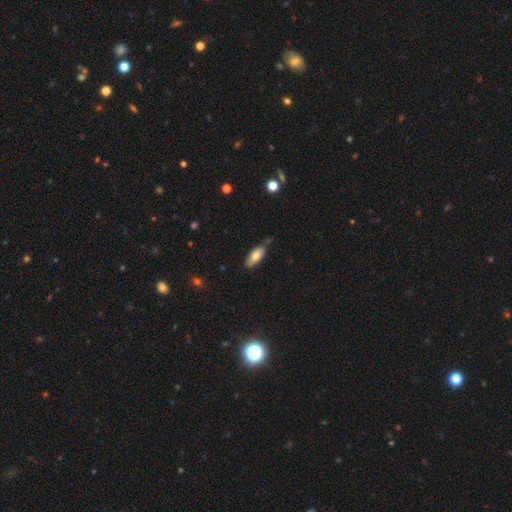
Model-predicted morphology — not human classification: A smooth galaxy with no disk features (77%) that is in between round and cigar-shaped (81%).

Vote fractions:
- Smooth or featured? smooth: 77% / featured or disk: 16% / star or artifact: 7%
- How rounded? in between: 81% / cigar-shaped: 17% / round: 2%
- Merging? none: 69% / minor disturbance: 22% / merger: 5% / major disturbance: 4%